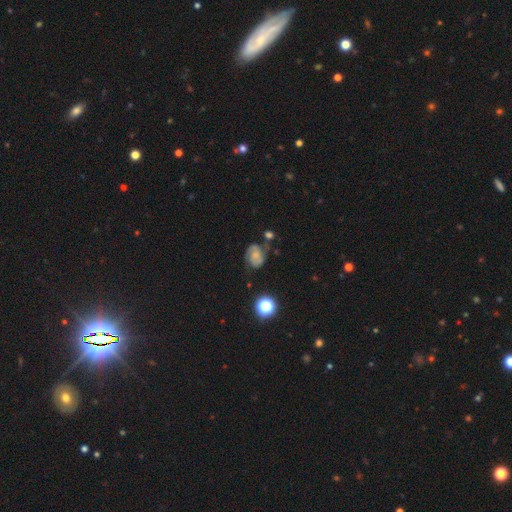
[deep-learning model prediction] This is possibly a featured or disk galaxy (59%). It is clearly not viewed edge-on (97%). Bar: likely no (68%). Spiral arm pattern: clearly yes (88%). Spiral arm count: likely 2 (72%). Spiral winding: marginally medium (43%). Central bulge: possibly small (55%). Merging: possibly none (55%).